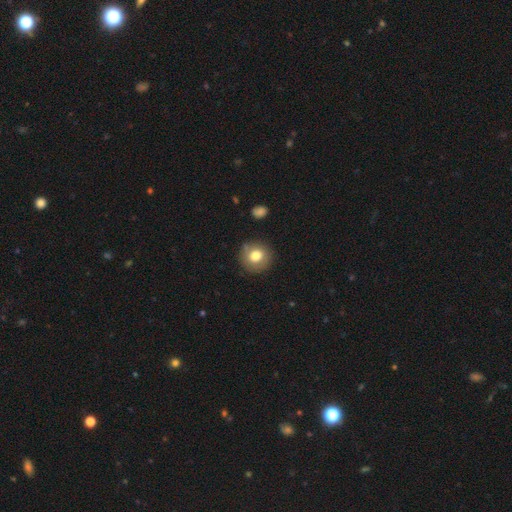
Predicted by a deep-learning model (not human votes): Smooth or featured? smooth (77%)
How rounded? round (89%)
Merging? none (85%)